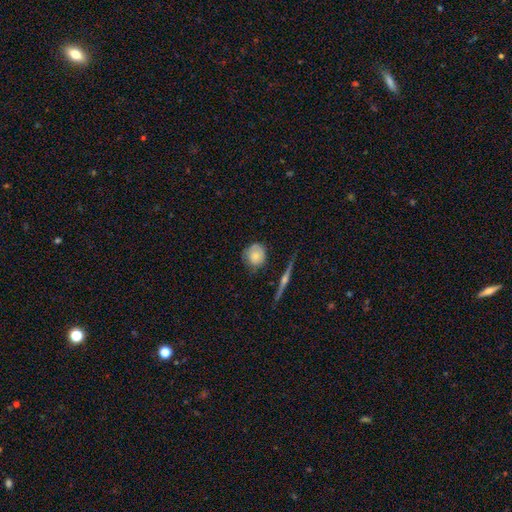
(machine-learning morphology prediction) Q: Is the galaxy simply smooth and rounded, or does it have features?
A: smooth — 65%.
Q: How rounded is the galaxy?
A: round — 78%.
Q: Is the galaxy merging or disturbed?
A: none — 55%.